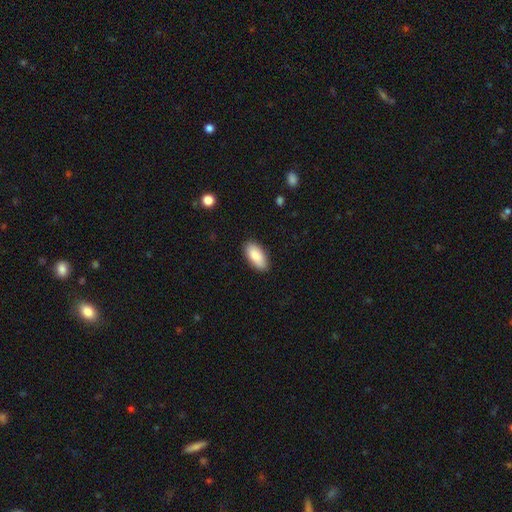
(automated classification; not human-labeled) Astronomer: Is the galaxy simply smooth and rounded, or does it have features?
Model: smooth — 86%.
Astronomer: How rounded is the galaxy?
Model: in between — 91%.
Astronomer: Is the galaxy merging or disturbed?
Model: none — 87%.